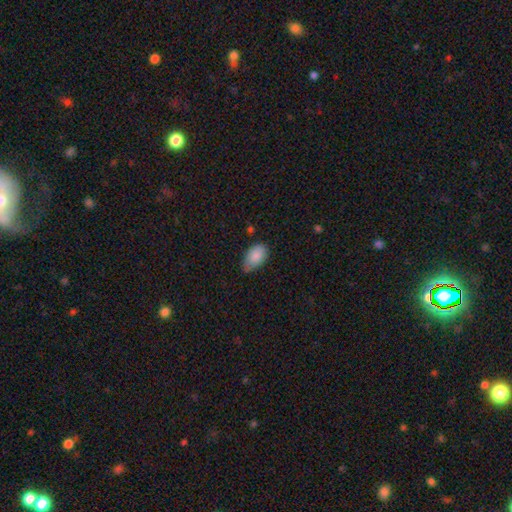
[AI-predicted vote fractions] Q: Smooth or featured?
A: smooth (87%); runner-up: star or artifact (7%)
Q: How rounded?
A: in between (93%); runner-up: round (6%)
Q: Merging?
A: none (54%); runner-up: minor disturbance (38%)